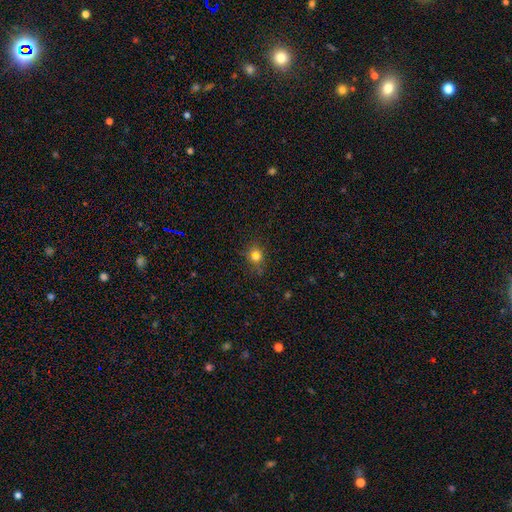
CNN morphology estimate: Smooth or featured? Predicted: smooth (p=0.78). How rounded? Predicted: round (p=0.80). Merging? Predicted: none (p=0.79).